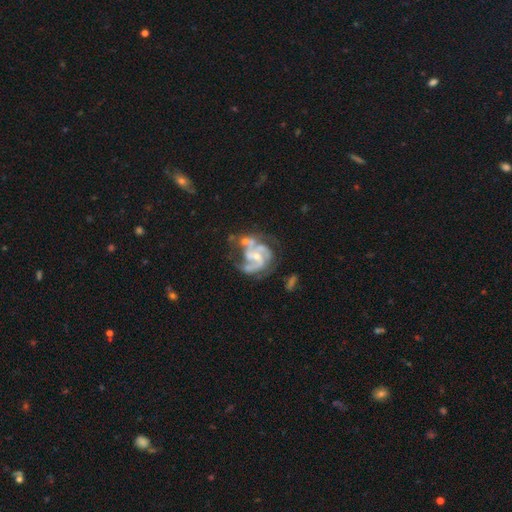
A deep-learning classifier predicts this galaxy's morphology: A featured or disk galaxy (86%) with no bar (52%), 2 (35%) medium (51%) spiral arms (91%) and a small central bulge (54%). Merging: none (38%).